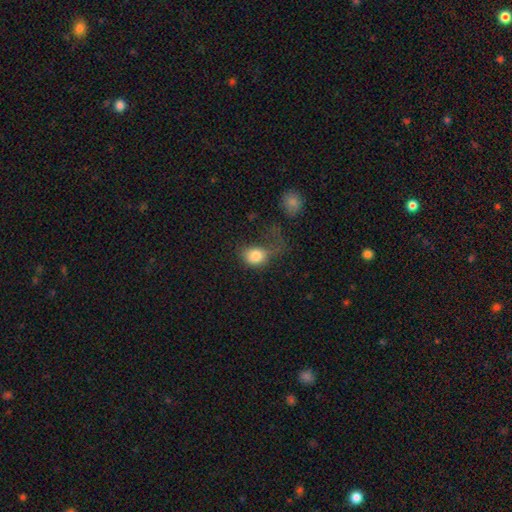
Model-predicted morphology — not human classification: Smooth or featured? Predicted: smooth (p=0.81). How rounded? Predicted: round (p=0.55). Merging? Predicted: major disturbance (p=0.42).